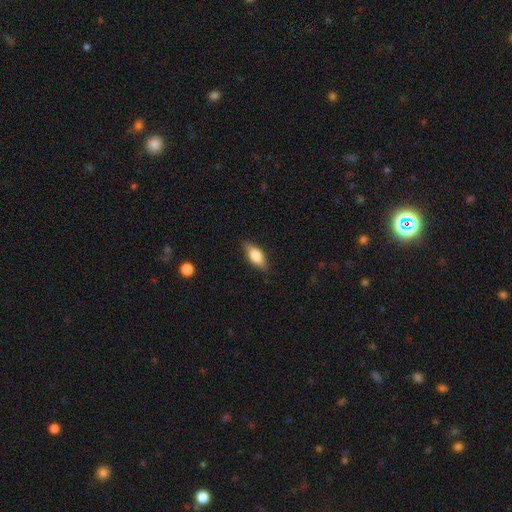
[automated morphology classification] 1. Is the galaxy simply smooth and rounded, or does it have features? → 72% smooth, 21% featured or disk, 7% star or artifact.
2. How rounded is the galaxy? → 78% in between, 18% cigar-shaped, 4% round.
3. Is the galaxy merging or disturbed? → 84% none, 13% minor disturbance, 3% major disturbance, 1% merger.